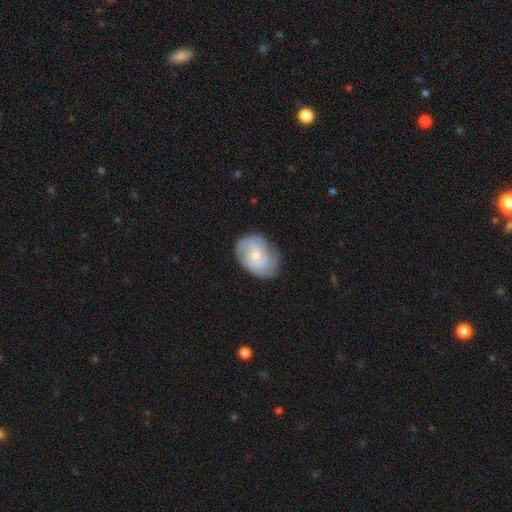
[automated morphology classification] This appears to be a featured or disk galaxy (64%) with no bar (70%), 2 (36%) tight (52%) spiral arms (88%) and a small central bulge (64%). Merging: none (70%).